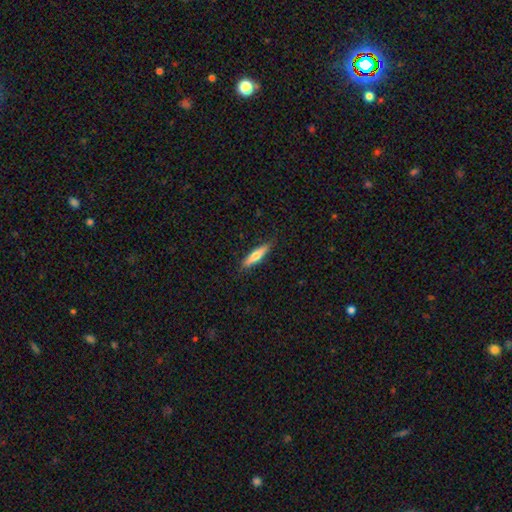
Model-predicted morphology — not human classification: Q: Smooth or featured?
A: smooth (60%); runner-up: featured or disk (35%)
Q: How rounded?
A: cigar-shaped (80%); runner-up: in between (19%)
Q: Merging?
A: none (88%); runner-up: minor disturbance (9%)